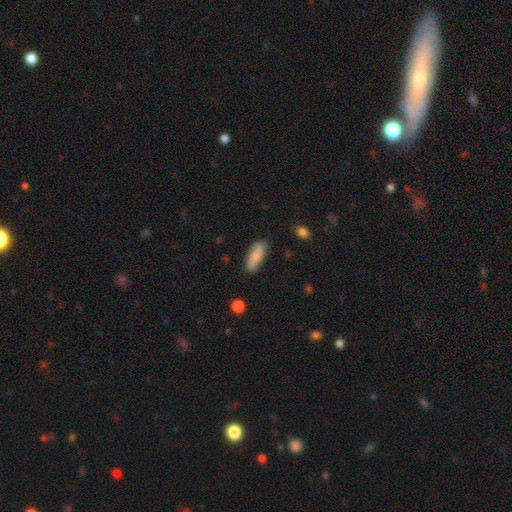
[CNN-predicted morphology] Q: Smooth or featured?
A: smooth (80%); runner-up: featured or disk (14%)
Q: How rounded?
A: in between (60%); runner-up: cigar-shaped (38%)
Q: Merging?
A: none (81%); runner-up: minor disturbance (14%)